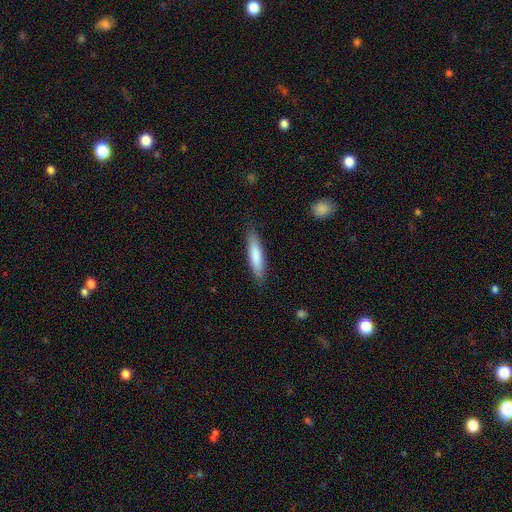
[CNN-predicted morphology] smooth-or-featured: smooth: 80% | featured or disk: 14% | star or artifact: 5%
  how-rounded: cigar-shaped: 81% | in between: 18% | round: 1%
  merging: none: 87% | minor disturbance: 10% | major disturbance: 2% | merger: 1%